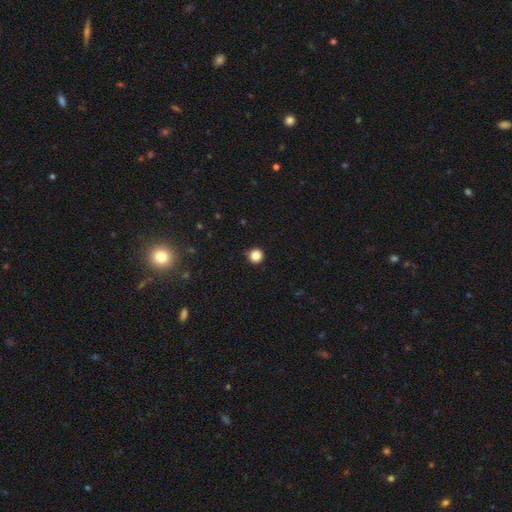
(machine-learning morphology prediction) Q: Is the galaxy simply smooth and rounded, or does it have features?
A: smooth — 86%.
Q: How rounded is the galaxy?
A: round — 96%.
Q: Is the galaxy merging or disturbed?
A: none — 90%.